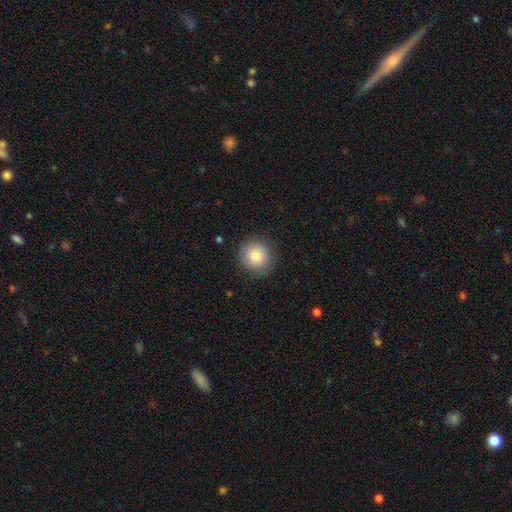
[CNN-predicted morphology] The model was most divided on "smooth or featured": smooth: 82%, featured or disk: 9%, star or artifact: 9%. More confident: how rounded — round (92%); merging — none (86%).